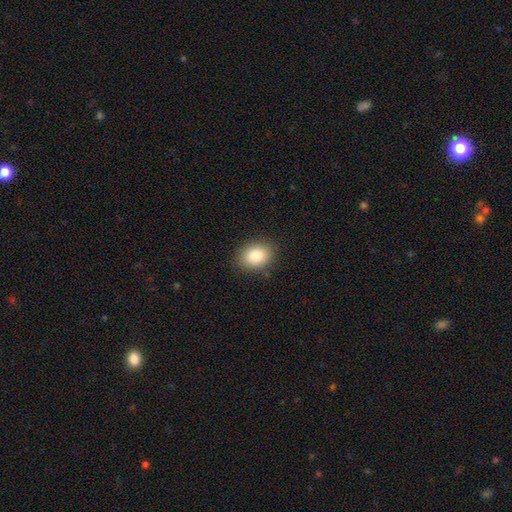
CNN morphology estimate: smooth_or_featured: smooth (p=0.84) [alt: star or artifact p=0.09]
how_rounded: in between (p=0.60) [alt: round p=0.39]
merging: none (p=0.86) [alt: minor disturbance p=0.10]